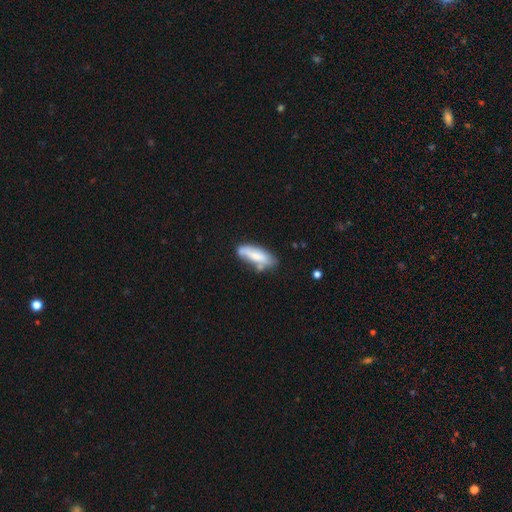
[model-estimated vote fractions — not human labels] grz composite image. It shows a smooth galaxy with no disk features (67%) that is in between round and cigar-shaped (58%). Merging: none (55%).